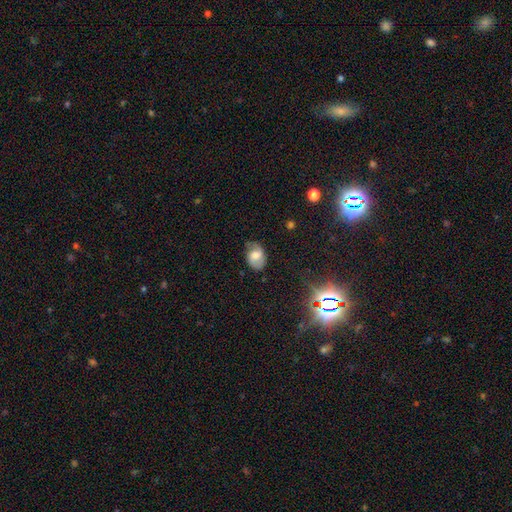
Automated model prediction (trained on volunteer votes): A smooth galaxy with no disk features (53%) that is in between round and cigar-shaped (77%). Merging: none (62%).